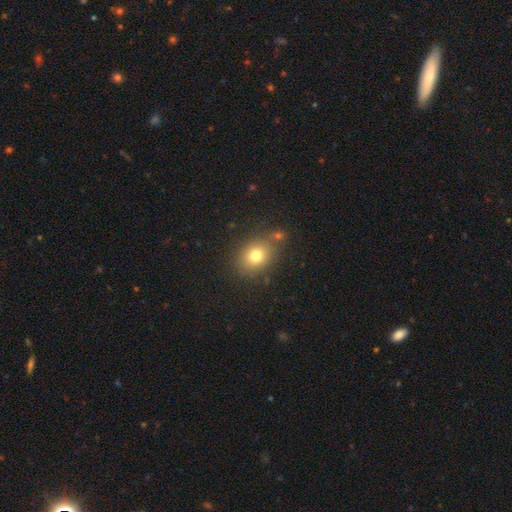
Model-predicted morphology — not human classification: This appears to be a smooth galaxy with no disk features (77%) that is in between round and cigar-shaped (51%). Merging: none (75%).